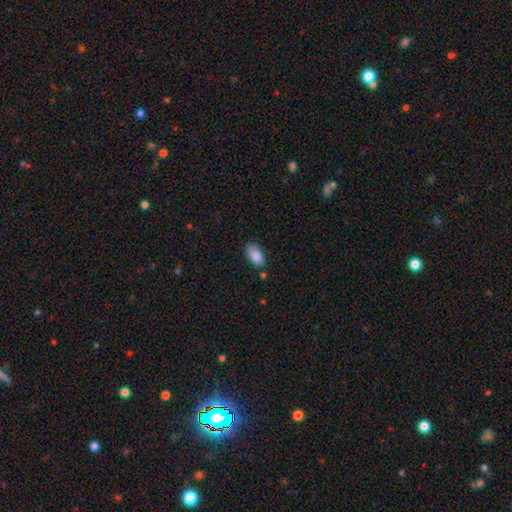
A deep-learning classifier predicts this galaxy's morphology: A smooth galaxy with no disk features (88%) that is in between round and cigar-shaped (93%). Merging: none (75%).